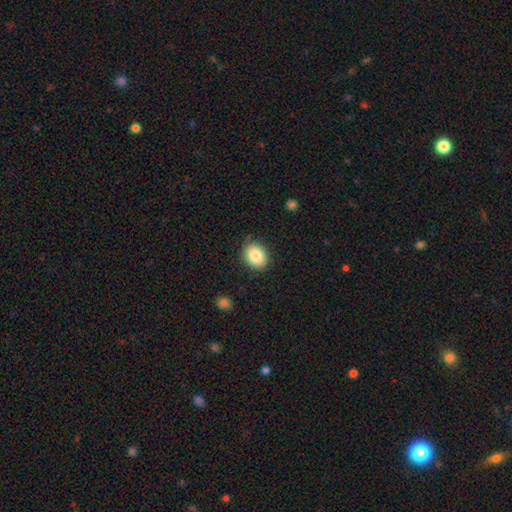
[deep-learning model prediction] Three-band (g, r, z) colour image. It shows a smooth galaxy with no disk features (85%) that is round (50%). Merging: none (85%).